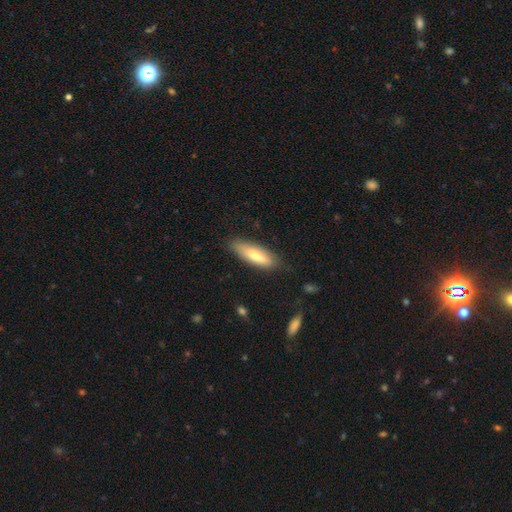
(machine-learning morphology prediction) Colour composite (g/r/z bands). It shows a smooth galaxy with no disk features (69%) that is cigar-shaped (51%). Merging: none (81%).